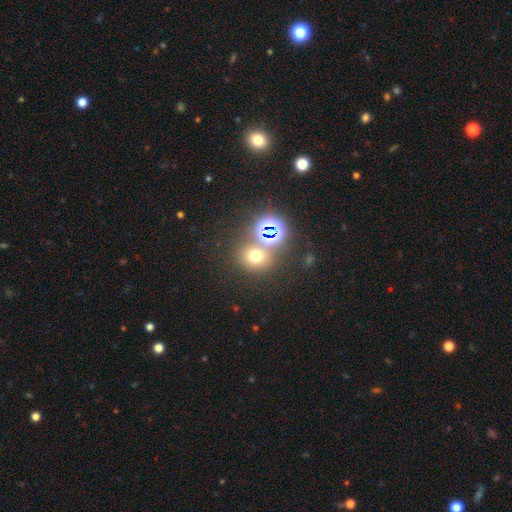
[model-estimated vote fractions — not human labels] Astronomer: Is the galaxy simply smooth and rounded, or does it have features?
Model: smooth — 59%.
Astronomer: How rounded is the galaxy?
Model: round — 82%.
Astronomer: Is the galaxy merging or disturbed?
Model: none — 66%.